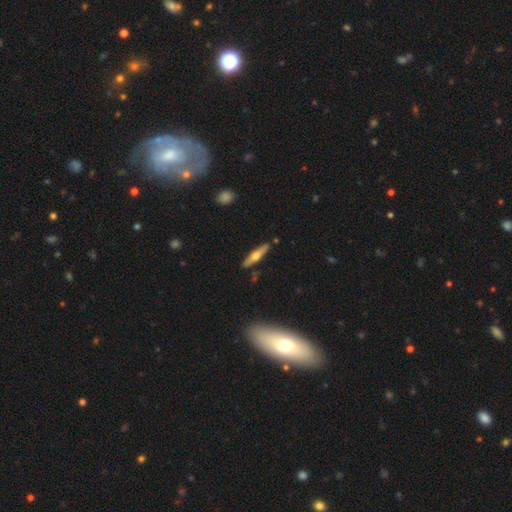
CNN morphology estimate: smooth_or_featured: featured or disk (p=0.54) [alt: smooth p=0.40]
disk_edge_on: yes (p=0.92) [alt: no p=0.08]
merging: none (p=0.88) [alt: minor disturbance p=0.08]